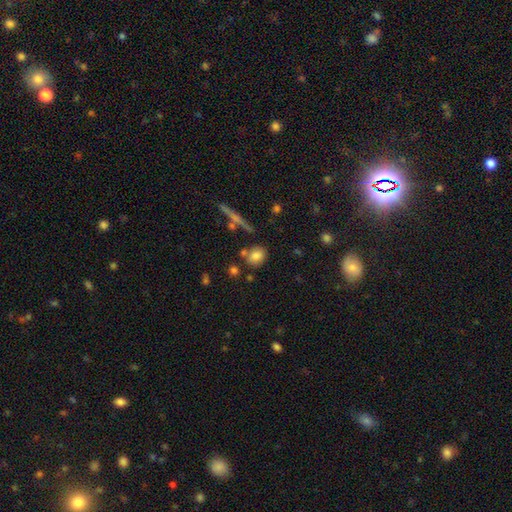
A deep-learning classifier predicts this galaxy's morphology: This appears to be a smooth galaxy with no disk features (79%) that is round (53%). Merging: none (73%).